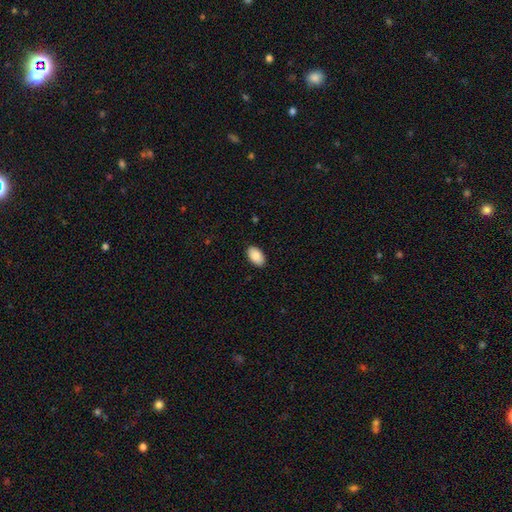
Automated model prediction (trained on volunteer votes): Smooth or featured? smooth (90%)
How rounded? in between (95%)
Merging? none (89%)